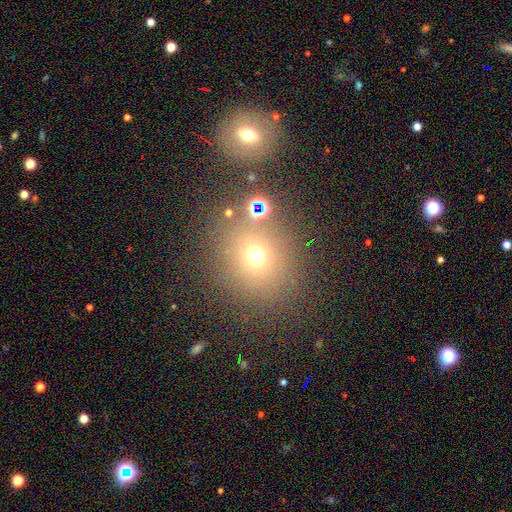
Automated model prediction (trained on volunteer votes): This is likely a smooth galaxy (65%). How rounded: clearly round (84%). Merging: likely none (78%).